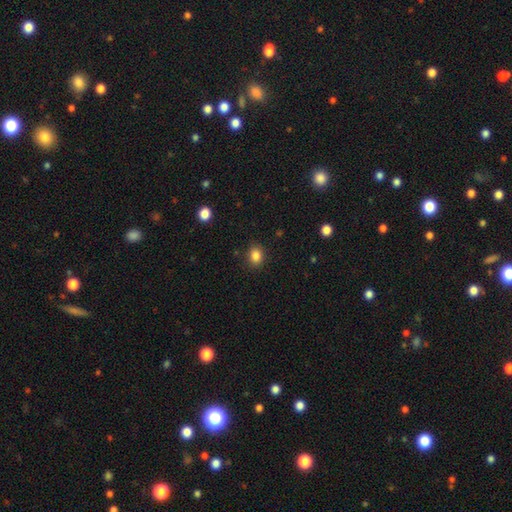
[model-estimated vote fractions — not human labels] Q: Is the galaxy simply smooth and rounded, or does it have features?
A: smooth — 85%.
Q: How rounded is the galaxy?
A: round — 60%.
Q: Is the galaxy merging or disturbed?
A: none — 87%.